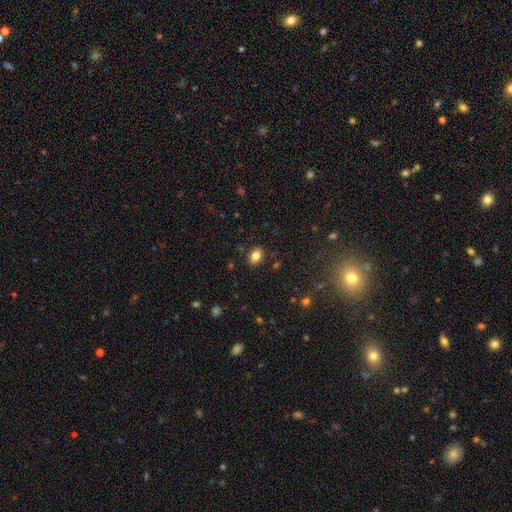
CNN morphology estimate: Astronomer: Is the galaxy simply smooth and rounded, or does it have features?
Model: smooth — 83%.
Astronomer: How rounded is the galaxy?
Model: in between — 80%.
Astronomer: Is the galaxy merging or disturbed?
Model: none — 87%.